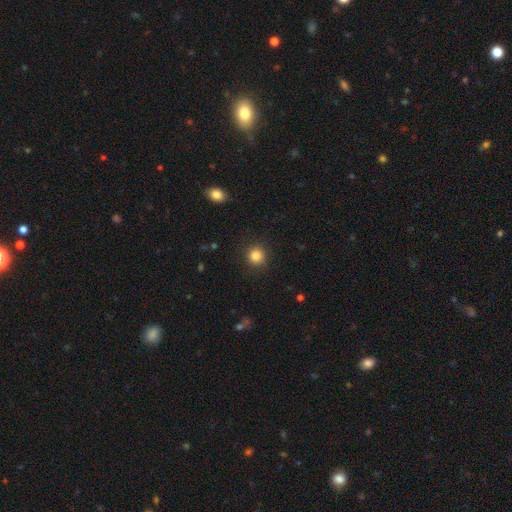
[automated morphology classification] Smooth or featured?
  - smooth: 84% *
  - star or artifact: 11%
  - featured or disk: 4%
How rounded?
  - round: 93% *
  - in between: 6%
  - cigar-shaped: 1%
Merging?
  - none: 90% *
  - minor disturbance: 7%
  - major disturbance: 2%
  - merger: 1%